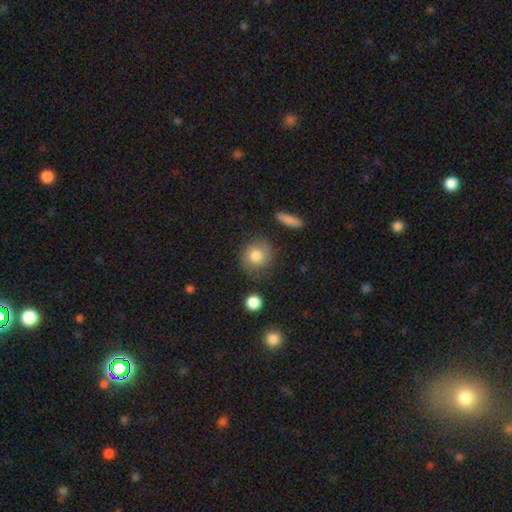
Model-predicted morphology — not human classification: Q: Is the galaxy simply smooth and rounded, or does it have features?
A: smooth — 62%.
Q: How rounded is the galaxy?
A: round — 84%.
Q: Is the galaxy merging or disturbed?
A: none — 72%.